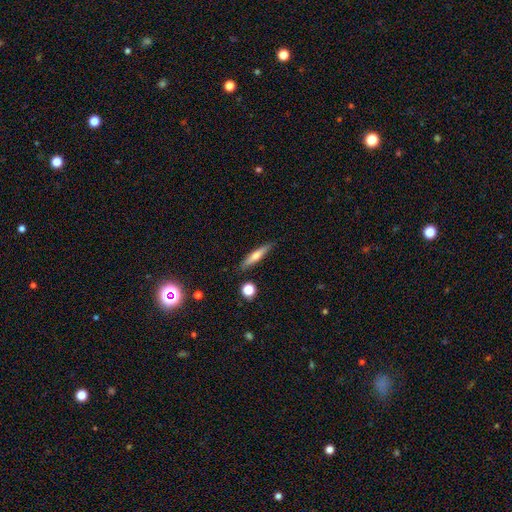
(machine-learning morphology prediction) Smooth or featured? smooth (55%)
How rounded? cigar-shaped (85%)
Merging? none (86%)